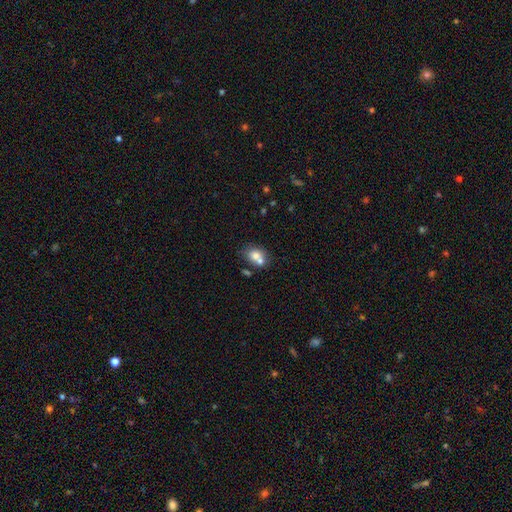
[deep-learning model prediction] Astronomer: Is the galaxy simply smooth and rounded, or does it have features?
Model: smooth — 73%.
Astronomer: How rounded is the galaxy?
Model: in between — 55% (runner-up: round, 44%).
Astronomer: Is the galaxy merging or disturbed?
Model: merger — 44% (runner-up: none, 41%).